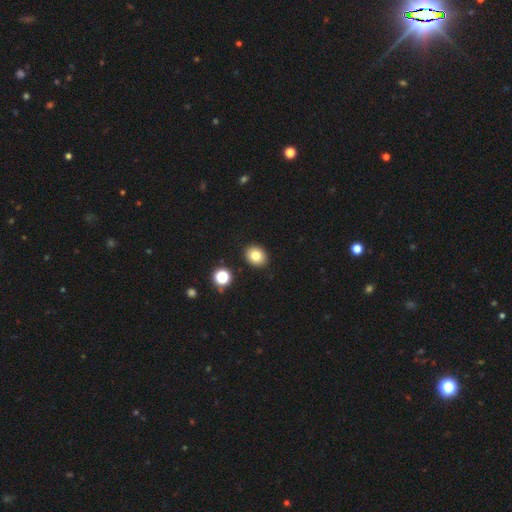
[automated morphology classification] type=smooth (80%); roundness=round (58%); merging=none (90%).